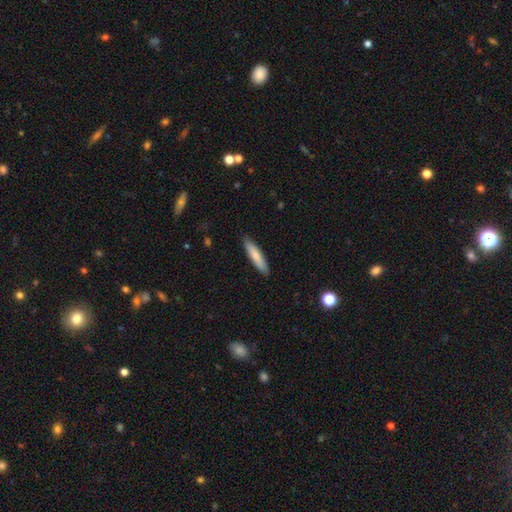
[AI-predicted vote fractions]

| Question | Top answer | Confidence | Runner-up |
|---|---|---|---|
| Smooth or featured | smooth | 75% | featured or disk (19%) |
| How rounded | cigar-shaped | 82% | in between (16%) |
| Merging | none | 88% | minor disturbance (9%) |